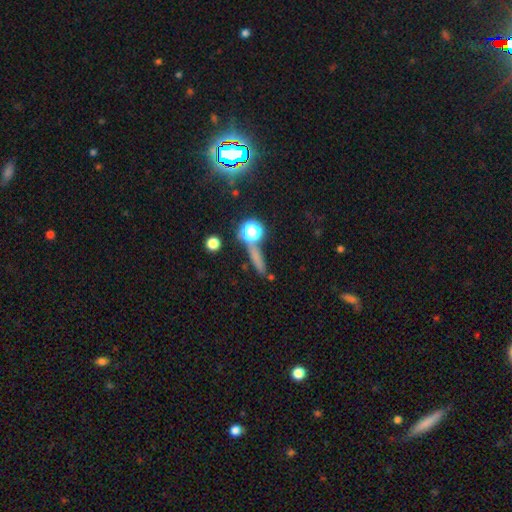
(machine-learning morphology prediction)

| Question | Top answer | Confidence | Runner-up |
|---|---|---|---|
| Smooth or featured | smooth | 50% | star or artifact (32%) |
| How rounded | cigar-shaped | 66% | round (20%) |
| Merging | none | 68% | merger (13%) |